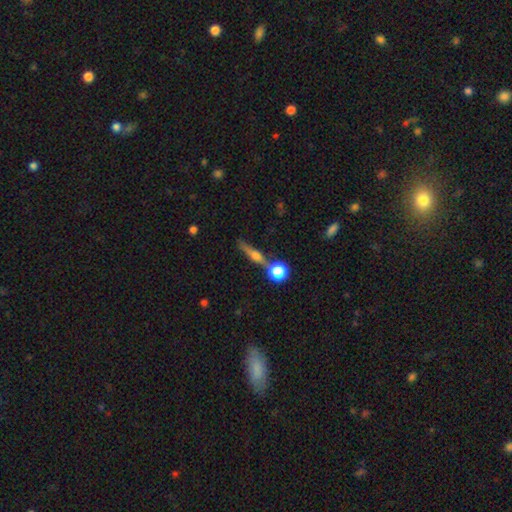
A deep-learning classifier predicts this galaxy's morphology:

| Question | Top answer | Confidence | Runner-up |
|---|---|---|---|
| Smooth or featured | featured or disk | 54% | smooth (34%) |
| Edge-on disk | yes | 93% | no (7%) |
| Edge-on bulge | rounded | 90% | boxy (6%) |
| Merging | none | 69% | merger (16%) |